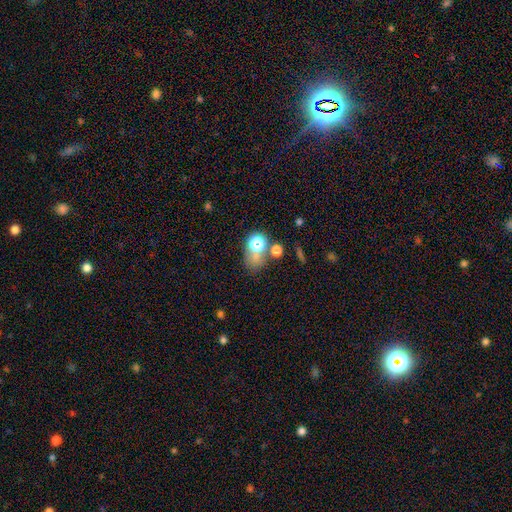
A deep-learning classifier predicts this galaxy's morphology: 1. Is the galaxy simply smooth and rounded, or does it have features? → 58% smooth, 28% star or artifact, 14% featured or disk.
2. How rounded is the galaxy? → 52% in between, 46% round, 2% cigar-shaped.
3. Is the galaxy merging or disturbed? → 46% none, 29% merger, 13% minor disturbance, 12% major disturbance.